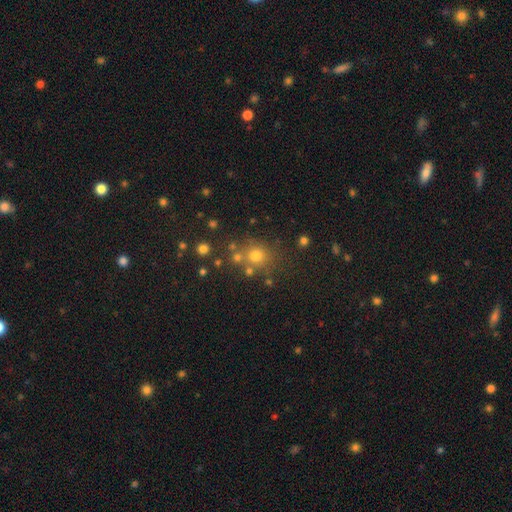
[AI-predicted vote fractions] A smooth galaxy with no disk features (69%) that is round (86%).

Vote fractions:
- Smooth or featured? smooth: 69% / star or artifact: 21% / featured or disk: 9%
- How rounded? round: 86% / in between: 13% / cigar-shaped: 1%
- Merging? none: 72% / merger: 13% / minor disturbance: 10% / major disturbance: 4%